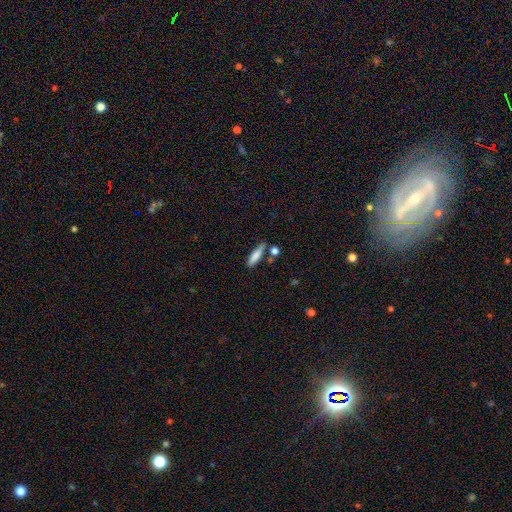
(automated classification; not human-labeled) Q: Smooth or featured?
A: smooth (80%); runner-up: featured or disk (13%)
Q: How rounded?
A: cigar-shaped (65%); runner-up: in between (33%)
Q: Merging?
A: none (68%); runner-up: minor disturbance (16%)